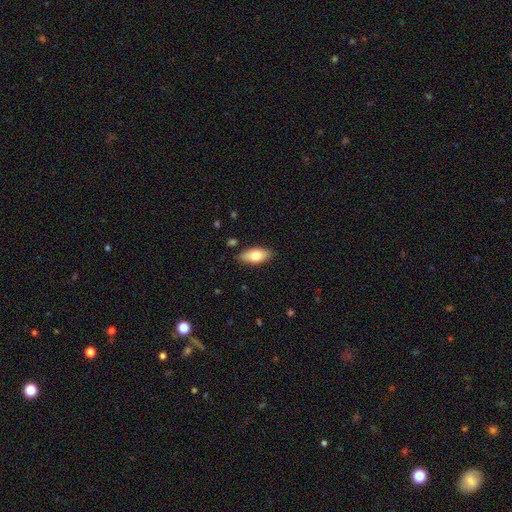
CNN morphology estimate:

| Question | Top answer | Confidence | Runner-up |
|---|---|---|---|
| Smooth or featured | smooth | 74% | featured or disk (20%) |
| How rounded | in between | 86% | cigar-shaped (11%) |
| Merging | none | 86% | minor disturbance (10%) |